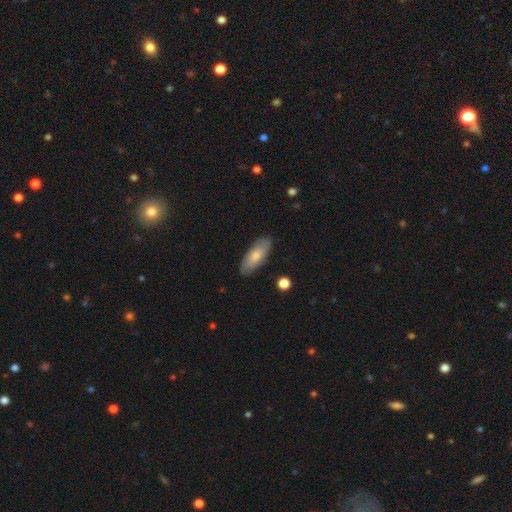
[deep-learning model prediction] This is likely a smooth galaxy (69%). How rounded: likely in between (76%). Merging: clearly none (85%).